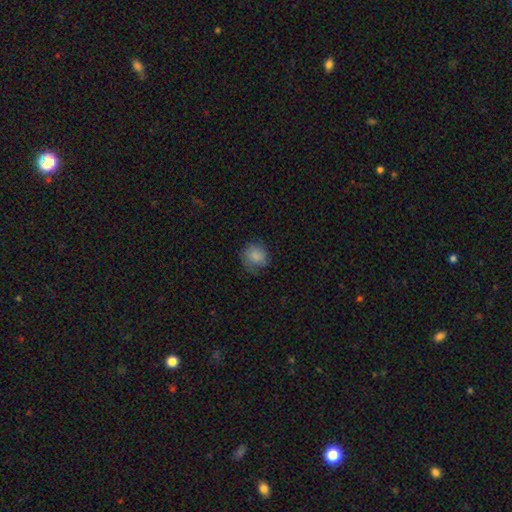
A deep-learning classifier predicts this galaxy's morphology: Q: Smooth or featured?
A: smooth (83%); runner-up: star or artifact (9%)
Q: How rounded?
A: round (77%); runner-up: in between (22%)
Q: Merging?
A: none (70%); runner-up: minor disturbance (22%)